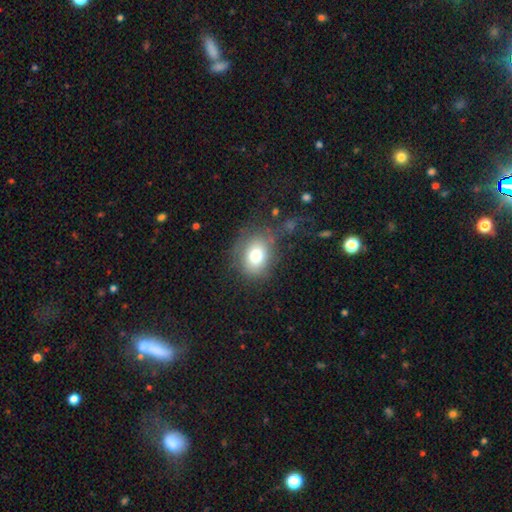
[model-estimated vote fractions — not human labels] Smooth or featured: smooth — 75% (featured or disk — 14%)
How rounded: round — 54% (in between — 45%)
Merging: none — 65% (minor disturbance — 19%)